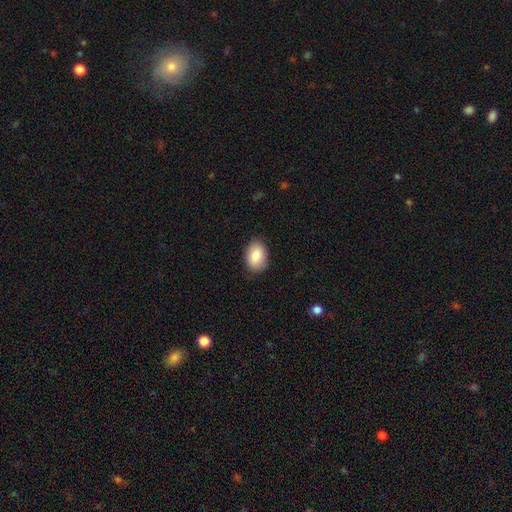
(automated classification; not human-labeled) Morphology: type=smooth (86%); roundness=in between (85%); merging=none (84%).